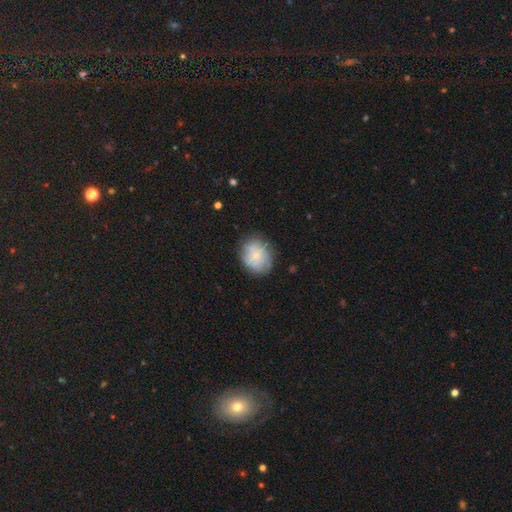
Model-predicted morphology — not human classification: This appears to be a smooth galaxy with no disk features (53%) that is round (68%). Merging: none (76%).